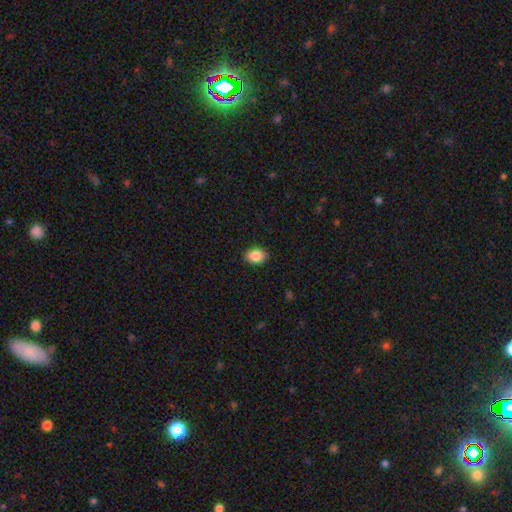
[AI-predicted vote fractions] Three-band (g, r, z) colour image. It shows a smooth galaxy with no disk features (87%) that is in between round and cigar-shaped (69%). Merging: none (88%).